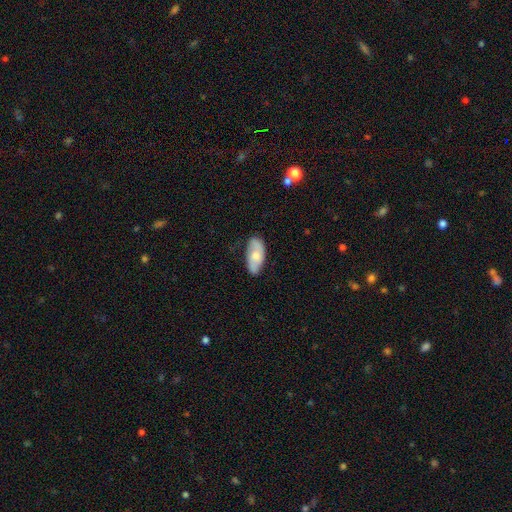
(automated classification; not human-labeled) smooth-or-featured: smooth: 52% | featured or disk: 42% | star or artifact: 6%
  how-rounded: in between: 90% | cigar-shaped: 7% | round: 3%
  merging: none: 71% | minor disturbance: 23% | major disturbance: 5% | merger: 1%